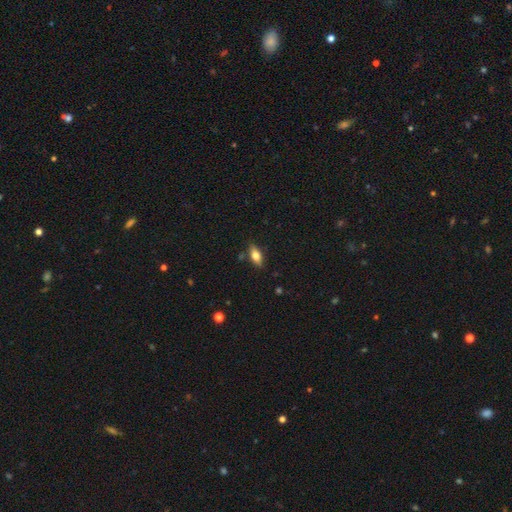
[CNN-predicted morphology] Overall: smooth (68%). How rounded: in between (81%). Merging: none (82%).